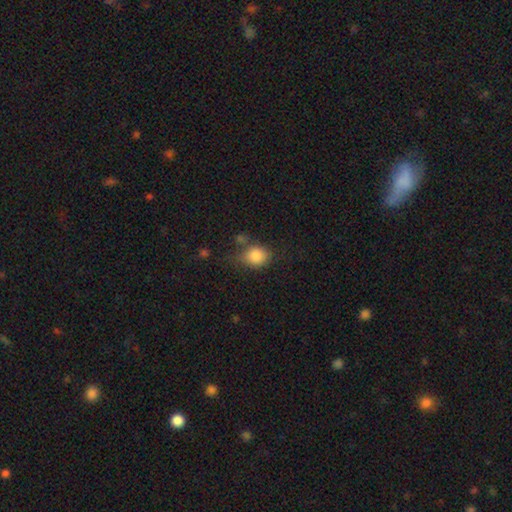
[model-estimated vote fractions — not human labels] Smooth or featured? smooth (84%)
How rounded? round (59%)
Merging? none (54%)